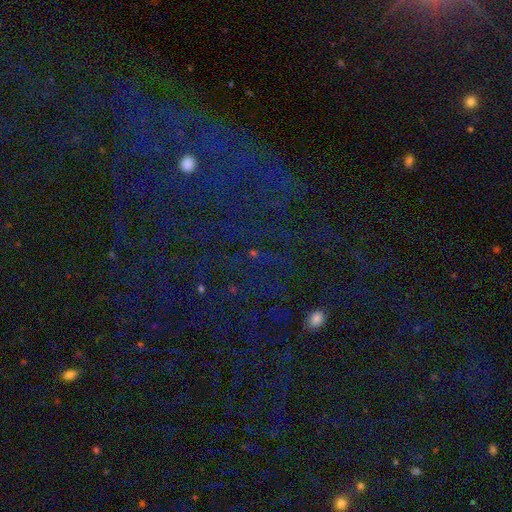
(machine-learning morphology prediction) A star or artifact, not a galaxy (79%).

Vote fractions:
- Smooth or featured? star or artifact: 79% / smooth: 12% / featured or disk: 9%